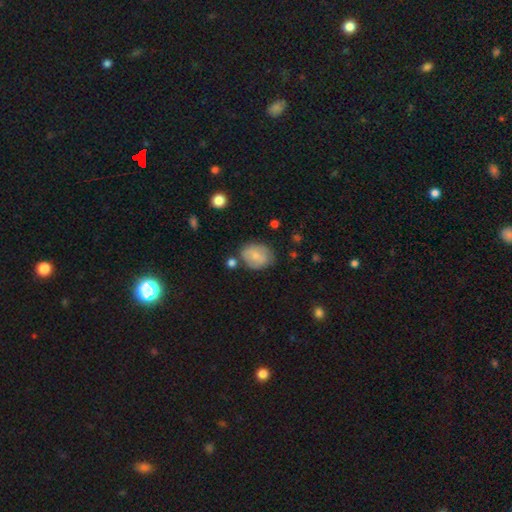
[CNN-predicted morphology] The model was most divided on "how rounded": in between: 57%, round: 42%, cigar-shaped: 1%. More confident: smooth or featured — smooth (70%); merging — none (64%).